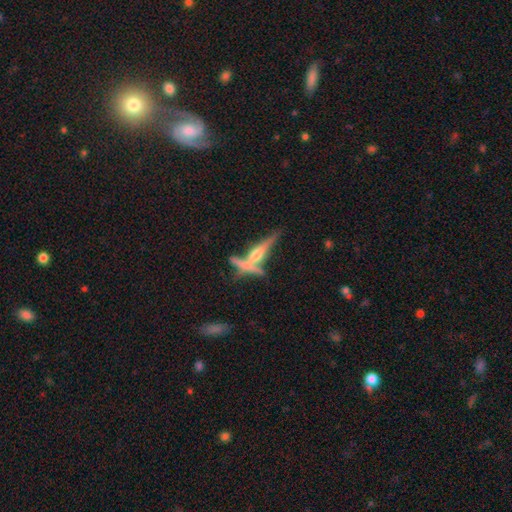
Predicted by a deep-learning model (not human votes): The model was most divided on "merging": none: 50%, merger: 28%, minor disturbance: 14%, major disturbance: 8%. More confident: edge-on disk — yes (90%); edge-on bulge — rounded (84%); smooth or featured — featured or disk (68%).